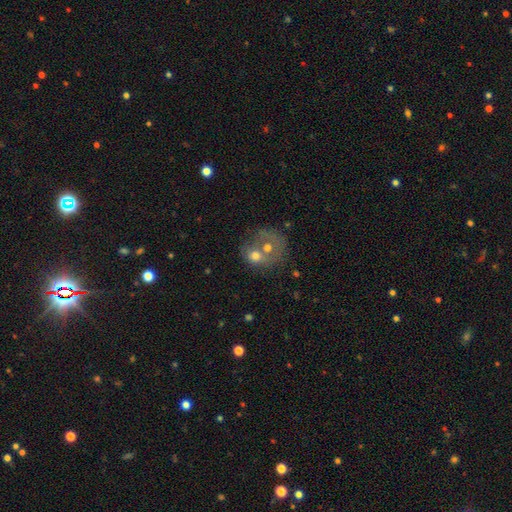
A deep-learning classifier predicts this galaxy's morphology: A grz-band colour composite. It shows a smooth galaxy with no disk features (55%) that is round (67%). Merging: merger (62%).